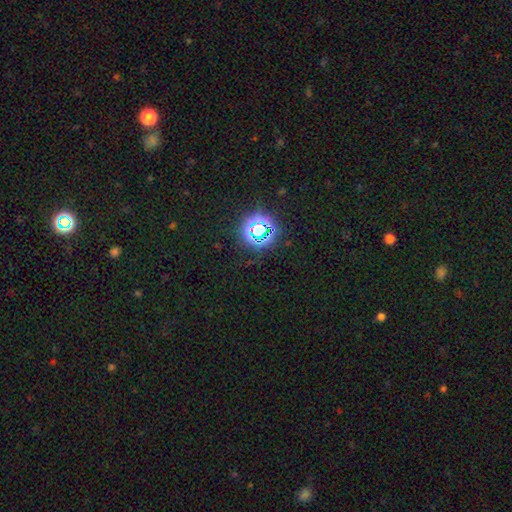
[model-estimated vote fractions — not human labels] smooth_or_featured: star or artifact (p=0.68) [alt: smooth p=0.27]